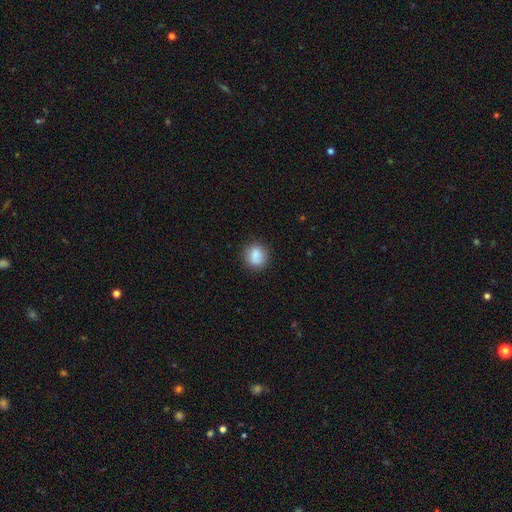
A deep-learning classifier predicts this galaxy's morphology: Q: Smooth or featured?
A: smooth (83%); runner-up: star or artifact (8%)
Q: How rounded?
A: round (79%); runner-up: in between (20%)
Q: Merging?
A: none (80%); runner-up: minor disturbance (13%)